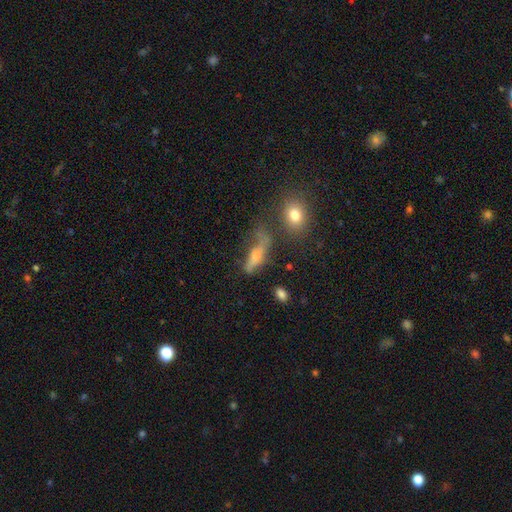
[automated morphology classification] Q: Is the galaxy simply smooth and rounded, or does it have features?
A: smooth — 46%.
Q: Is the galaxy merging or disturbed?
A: none — 41%.